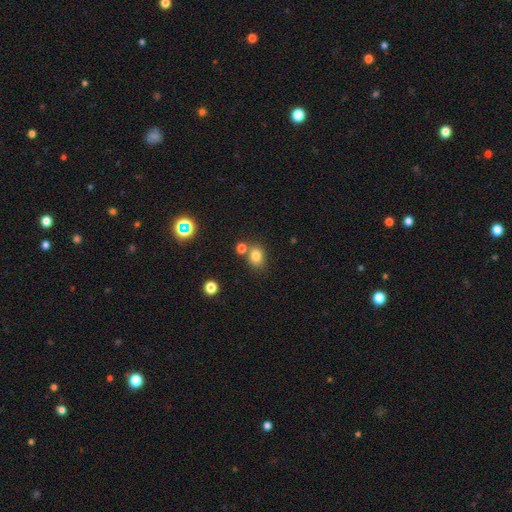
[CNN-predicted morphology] This appears to be a smooth galaxy with no disk features (79%) that is round (56%). Merging: none (65%).